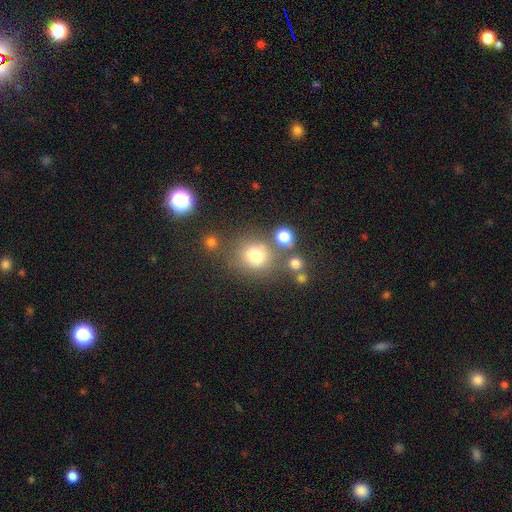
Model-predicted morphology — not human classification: The model was most divided on "merging": none: 63%, merger: 16%, minor disturbance: 14%, major disturbance: 7%. More confident: how rounded — round (78%); smooth or featured — smooth (75%).